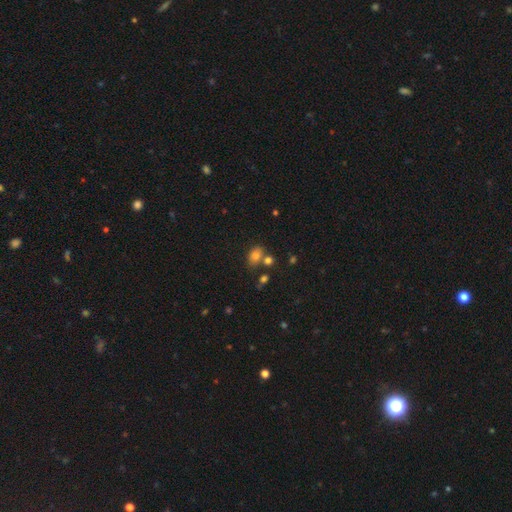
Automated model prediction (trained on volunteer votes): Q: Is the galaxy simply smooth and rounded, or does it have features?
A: smooth — 78%.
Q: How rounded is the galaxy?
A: in between — 73%.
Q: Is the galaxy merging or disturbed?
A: none — 61%.